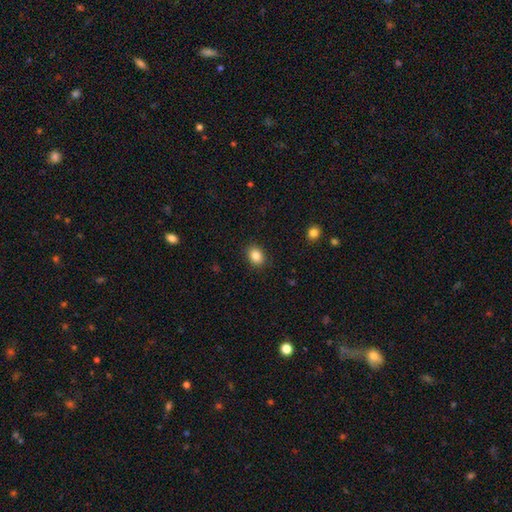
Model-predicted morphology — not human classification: smooth-or-featured: smooth: 86% | star or artifact: 9% | featured or disk: 5%
  how-rounded: in between: 60% | round: 39% | cigar-shaped: 1%
  merging: none: 89% | minor disturbance: 8% | major disturbance: 2% | merger: 1%